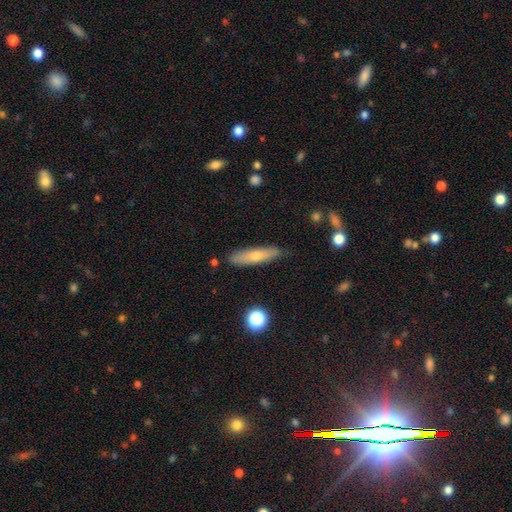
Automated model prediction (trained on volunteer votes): Overall: smooth (63%; featured or disk 30%). How rounded: cigar-shaped (81%). Merging: none (83%).